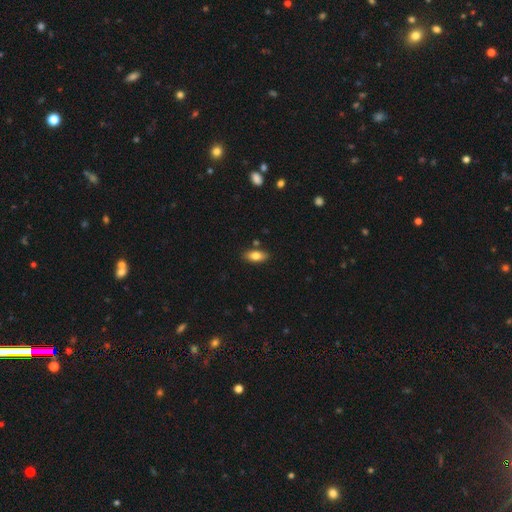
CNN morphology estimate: This is clearly a smooth galaxy (80%). How rounded: clearly in between (88%). Merging: clearly none (84%).